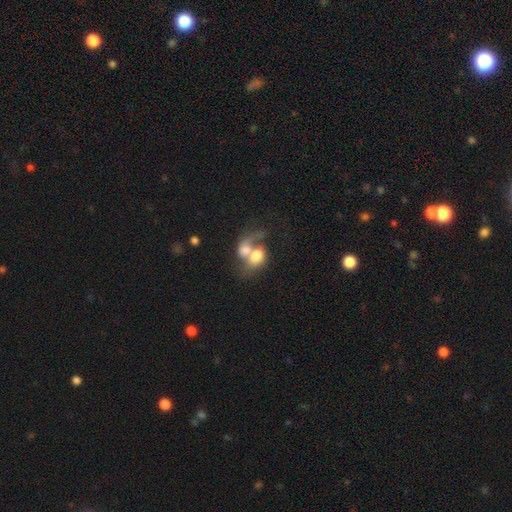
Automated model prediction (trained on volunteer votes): Smooth or featured? smooth (56%)
How rounded? in between (62%)
Merging? merger (77%)